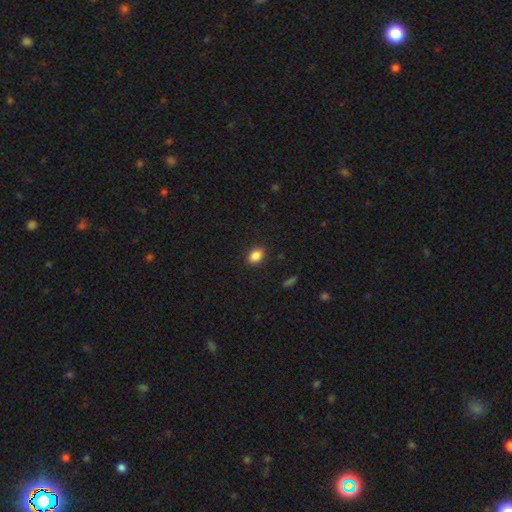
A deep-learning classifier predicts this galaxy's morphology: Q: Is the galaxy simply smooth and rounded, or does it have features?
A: smooth — 87%.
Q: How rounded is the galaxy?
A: in between — 68%.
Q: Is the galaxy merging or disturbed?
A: none — 88%.